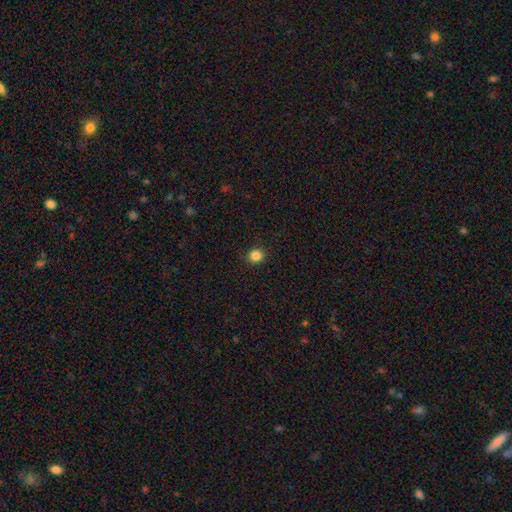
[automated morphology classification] smooth 85%, star or artifact 12%, featured or disk 4%. Down the decision tree: how rounded — round (90%); merging — none (92%).